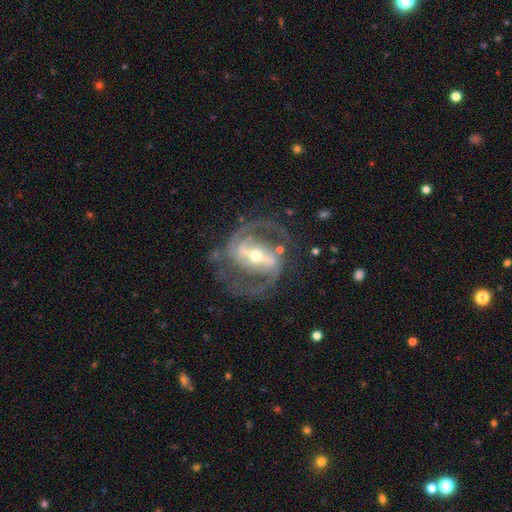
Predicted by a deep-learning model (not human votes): Smooth or featured: featured or disk — 92% (star or artifact — 5%)
Edge-on disk: no — 97% (yes — 3%)
Bar: strong — 67% (weak — 25%)
Spiral arms: yes — 97% (no — 3%)
Spiral winding: medium — 61% (tight — 23%)
Spiral arm count: 2 — 91% (3 — 3%)
Bulge size: moderate — 61% (small — 32%)
Merging: none — 73% (minor disturbance — 14%)